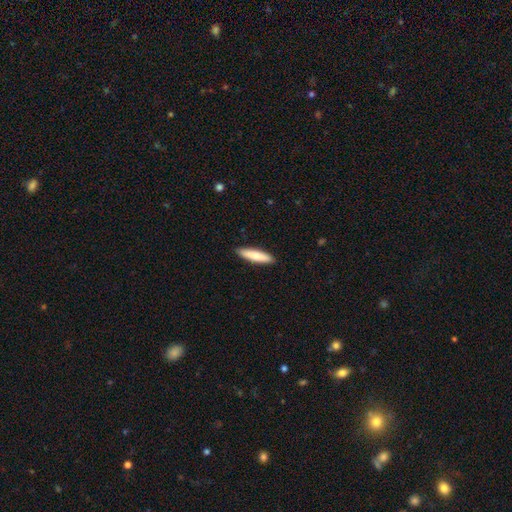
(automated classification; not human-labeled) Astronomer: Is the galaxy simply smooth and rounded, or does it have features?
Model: smooth — 76%.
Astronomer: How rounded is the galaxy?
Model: cigar-shaped — 79%.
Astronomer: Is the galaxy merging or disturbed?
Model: none — 91%.